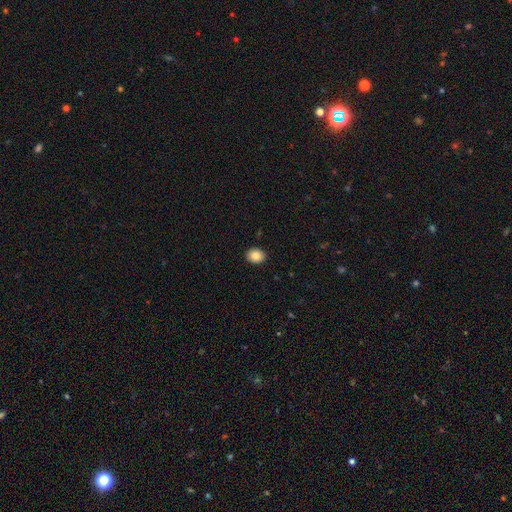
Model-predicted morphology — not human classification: Q: Smooth or featured?
A: smooth (85%); runner-up: star or artifact (9%)
Q: How rounded?
A: in between (55%); runner-up: round (44%)
Q: Merging?
A: none (91%); runner-up: minor disturbance (7%)